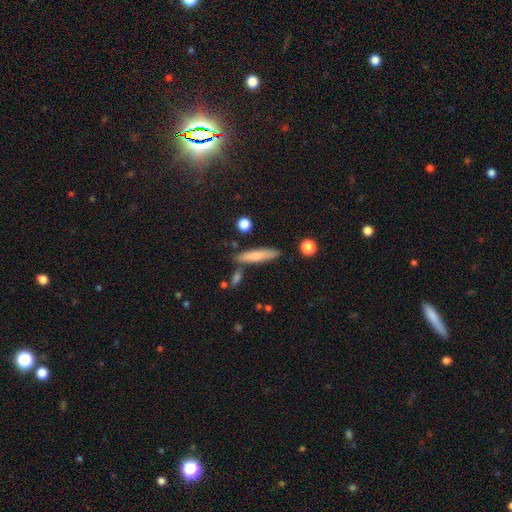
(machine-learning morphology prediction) This appears to be a smooth galaxy with no disk features (76%) that is cigar-shaped (84%). Merging: none (80%).